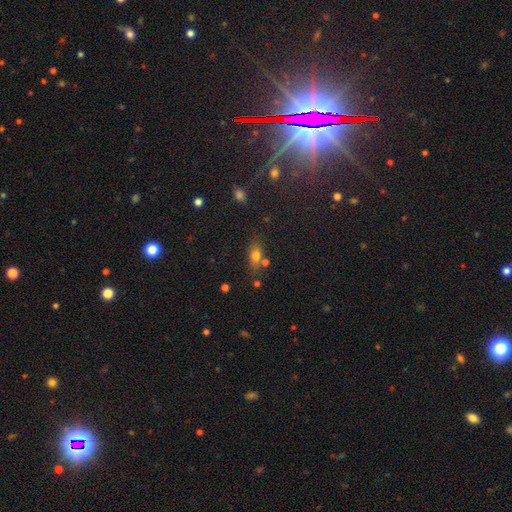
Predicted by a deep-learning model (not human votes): smooth 71%, featured or disk 16%, star or artifact 14%. Down the decision tree: how rounded — in between (71%); merging — none (61%).